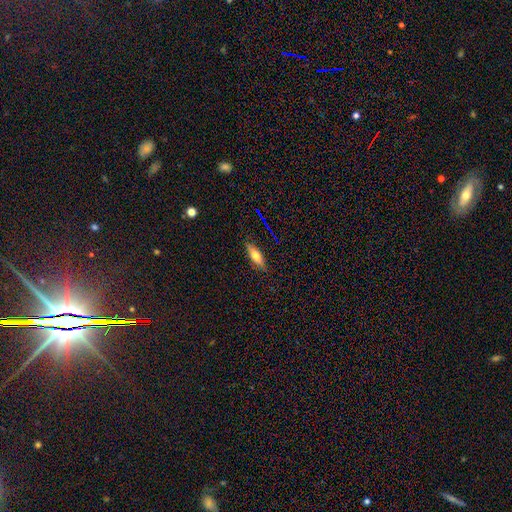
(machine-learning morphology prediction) A smooth galaxy with no disk features (63%) that is in between round and cigar-shaped (53%). Merging: none (85%).